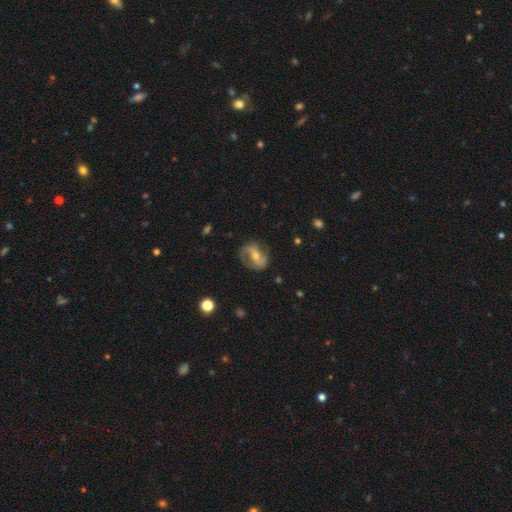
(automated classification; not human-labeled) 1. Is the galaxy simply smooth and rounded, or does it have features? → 75% featured or disk, 19% smooth, 7% star or artifact.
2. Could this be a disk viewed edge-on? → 96% no, 4% yes.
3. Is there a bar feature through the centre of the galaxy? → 36% weak, 35% strong, 29% no.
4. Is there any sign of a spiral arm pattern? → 87% yes, 13% no.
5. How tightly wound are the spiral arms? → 42% medium, 39% loose, 19% tight.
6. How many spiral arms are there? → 85% 2, 7% can't tell, 5% 1, 1% 3, 1% 4, 1% more than 4.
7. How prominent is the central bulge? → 57% moderate, 38% small, 3% large, 2% none, 1% dominant.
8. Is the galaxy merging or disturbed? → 72% none, 18% minor disturbance, 9% major disturbance, 2% merger.